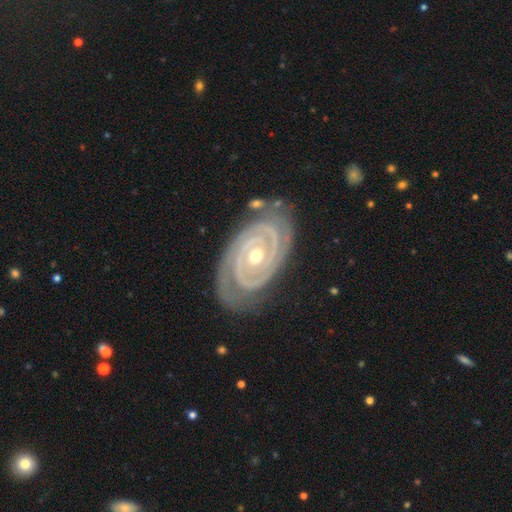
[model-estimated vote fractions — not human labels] smooth_or_featured: featured or disk (p=0.93) [alt: star or artifact p=0.04]
disk_edge_on: no (p=0.97) [alt: yes p=0.03]
bar: no (p=0.64) [alt: weak p=0.21]
has_spiral_arms: yes (p=0.99) [alt: no p=0.01]
spiral_winding: tight (p=0.87) [alt: medium p=0.11]
spiral_arm_count: 2 (p=0.84) [alt: 3 p=0.07]
bulge_size: moderate (p=0.54) [alt: small p=0.43]
merging: none (p=0.80) [alt: minor disturbance p=0.14]